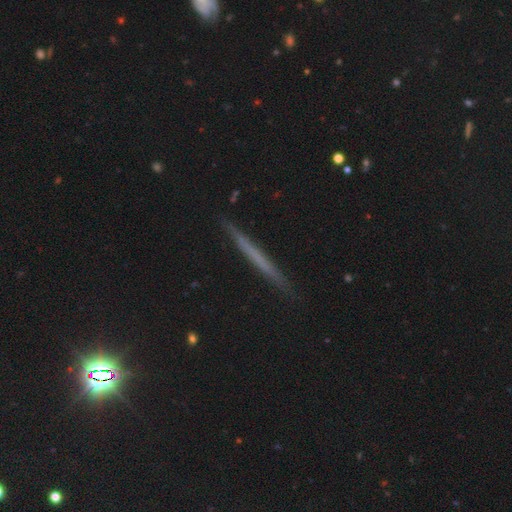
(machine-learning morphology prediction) featured or disk 47%, smooth 44%, star or artifact 8%. Down the decision tree: merging — none (89%).